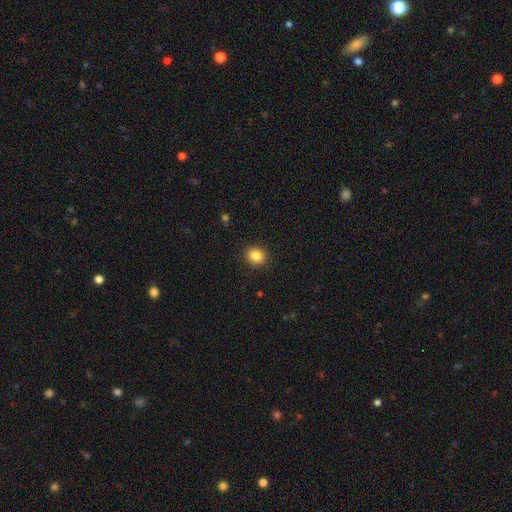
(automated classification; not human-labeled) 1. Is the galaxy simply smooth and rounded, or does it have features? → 86% smooth, 10% star or artifact, 4% featured or disk.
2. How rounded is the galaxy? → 79% round, 20% in between, 1% cigar-shaped.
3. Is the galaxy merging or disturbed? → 91% none, 6% minor disturbance, 2% major disturbance, 1% merger.